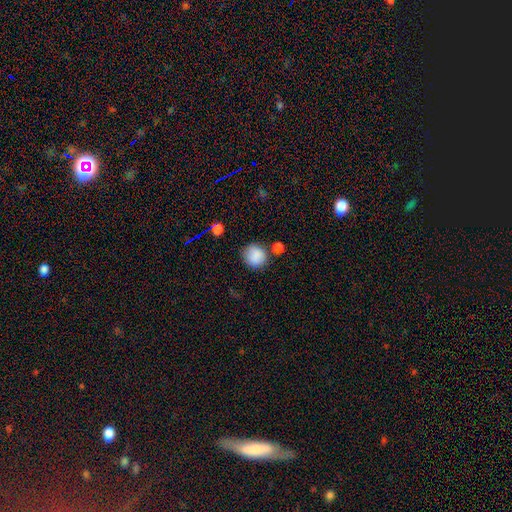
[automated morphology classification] Overall: smooth (86%). How rounded: round (85%). Merging: none (74%).